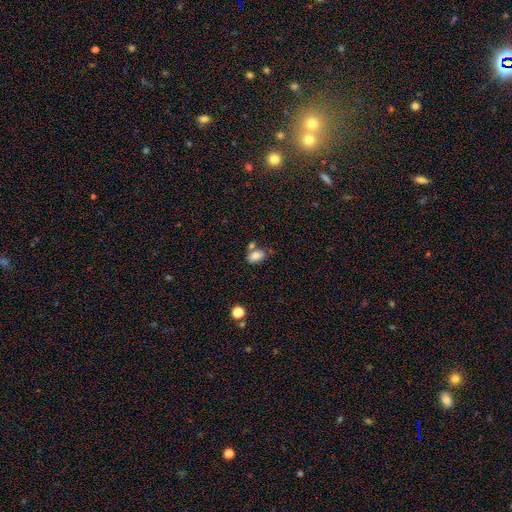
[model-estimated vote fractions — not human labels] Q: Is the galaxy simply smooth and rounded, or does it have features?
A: smooth — 81%.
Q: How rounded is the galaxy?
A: in between — 86%.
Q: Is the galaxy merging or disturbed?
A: none — 53%.